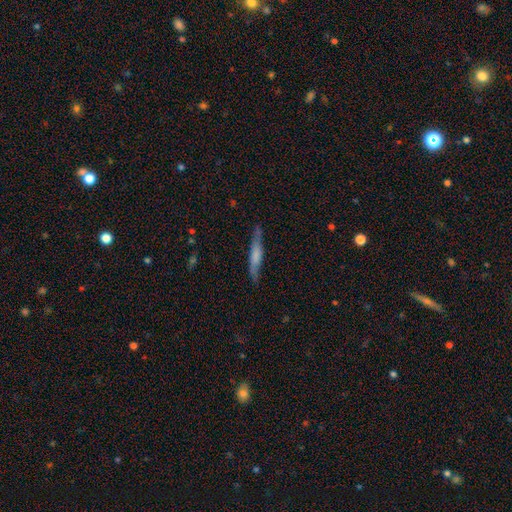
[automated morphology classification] Overall: smooth (53%; featured or disk 41%). How rounded: cigar-shaped (91%). Merging: none (78%).